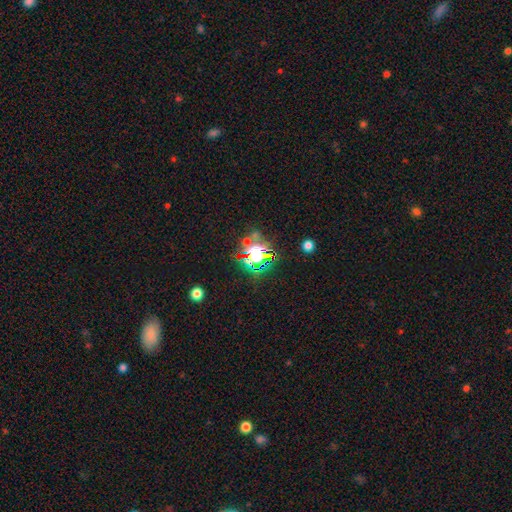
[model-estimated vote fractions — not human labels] Smooth or featured: star or artifact — 60% (smooth — 28%)